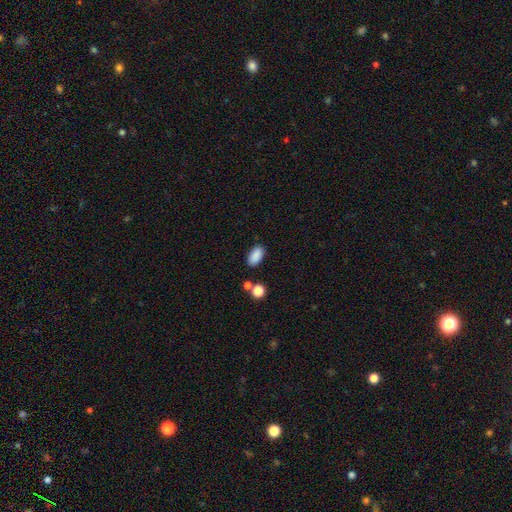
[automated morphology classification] smooth-or-featured: smooth: 88% | star or artifact: 9% | featured or disk: 3%
  how-rounded: in between: 92% | round: 5% | cigar-shaped: 3%
  merging: none: 82% | minor disturbance: 10% | merger: 5% | major disturbance: 3%